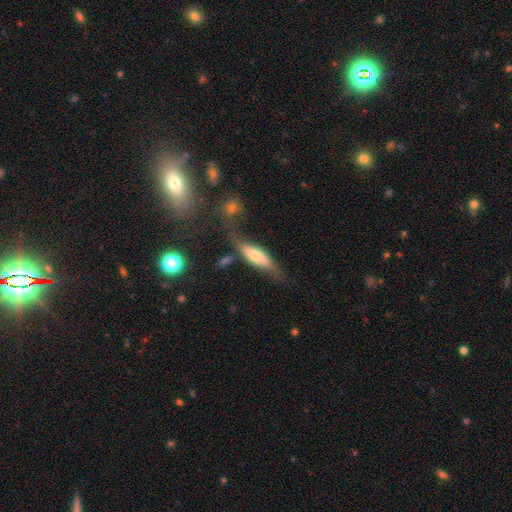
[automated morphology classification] Q: Smooth or featured?
A: featured or disk (49%); runner-up: smooth (44%)
Q: Merging?
A: none (51%); runner-up: minor disturbance (24%)